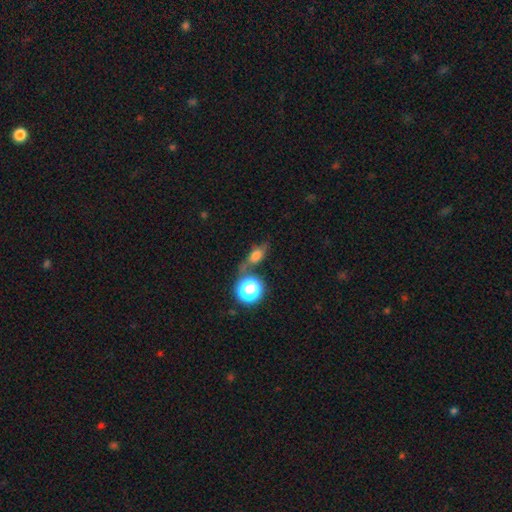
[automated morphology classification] The model was most divided on "how rounded": in between: 58%, round: 30%, cigar-shaped: 12%. More confident: smooth or featured — smooth (58%); merging — none (52%).